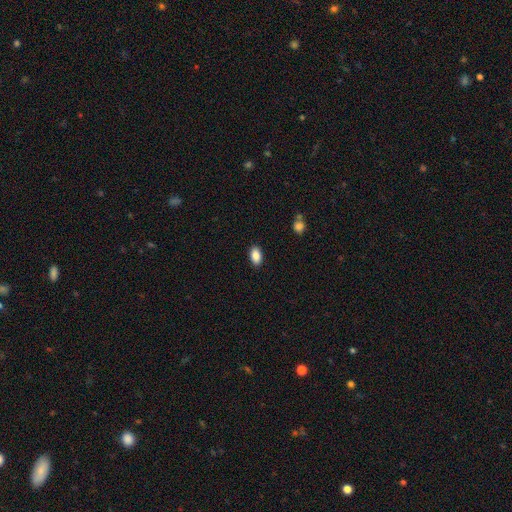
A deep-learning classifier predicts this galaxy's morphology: This appears to be a smooth galaxy with no disk features (88%) that is in between round and cigar-shaped (92%). Merging: none (88%).